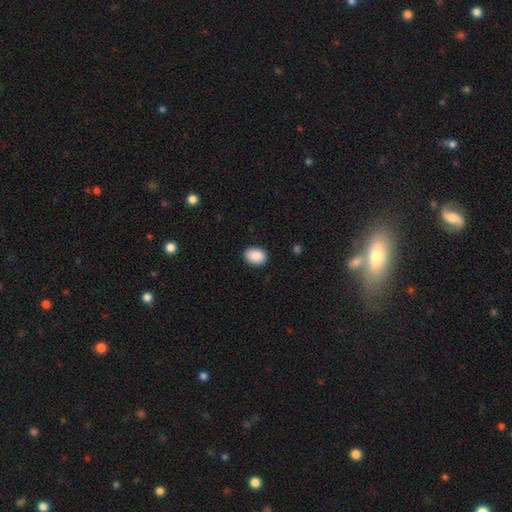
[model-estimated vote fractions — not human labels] Smooth or featured?
  - smooth: 89% *
  - star or artifact: 7%
  - featured or disk: 4%
How rounded?
  - in between: 71% *
  - round: 28%
  - cigar-shaped: 1%
Merging?
  - none: 88% *
  - minor disturbance: 9%
  - major disturbance: 2%
  - merger: 1%